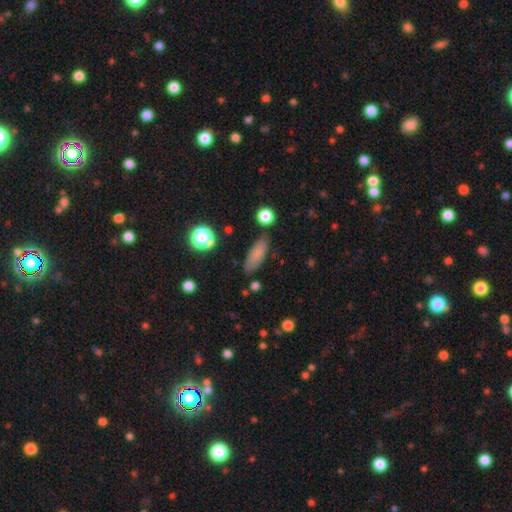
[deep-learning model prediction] Q: Smooth or featured?
A: smooth (80%); runner-up: featured or disk (10%)
Q: How rounded?
A: in between (59%); runner-up: cigar-shaped (38%)
Q: Merging?
A: none (80%); runner-up: minor disturbance (13%)